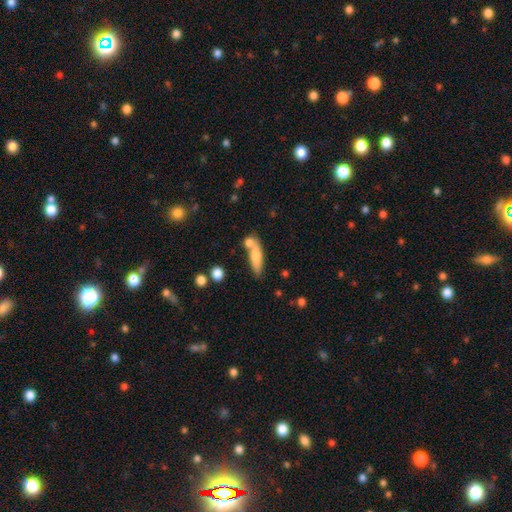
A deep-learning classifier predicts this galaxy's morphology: A smooth galaxy with no disk features (70%) that is cigar-shaped (65%). Merging: none (60%).